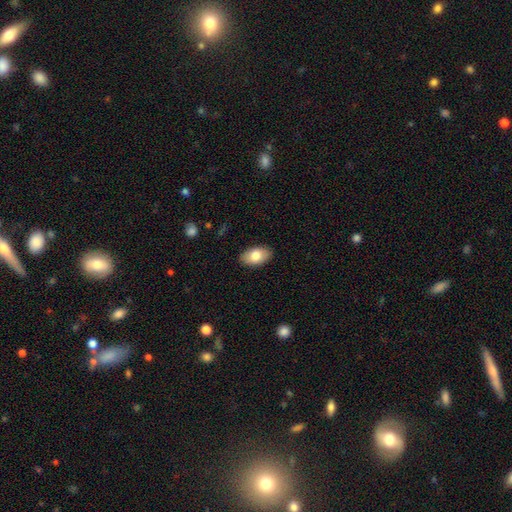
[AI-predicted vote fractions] The model was most divided on "smooth or featured": smooth: 79%, featured or disk: 14%, star or artifact: 6%. More confident: how rounded — in between (93%); merging — none (88%).